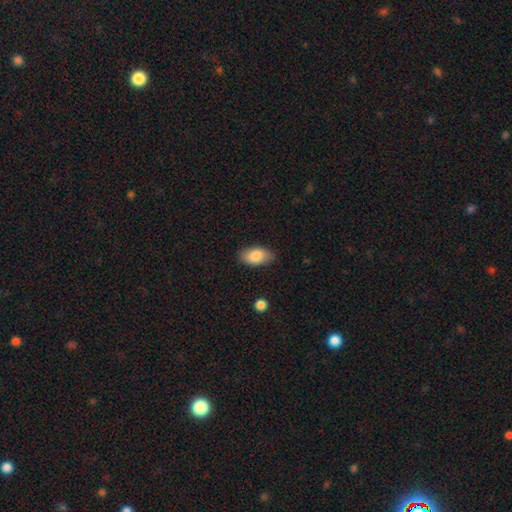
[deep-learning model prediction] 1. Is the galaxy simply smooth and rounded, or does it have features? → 84% smooth, 10% featured or disk, 6% star or artifact.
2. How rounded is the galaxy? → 94% in between, 4% round, 2% cigar-shaped.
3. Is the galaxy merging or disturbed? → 84% none, 12% minor disturbance, 3% major disturbance, 1% merger.